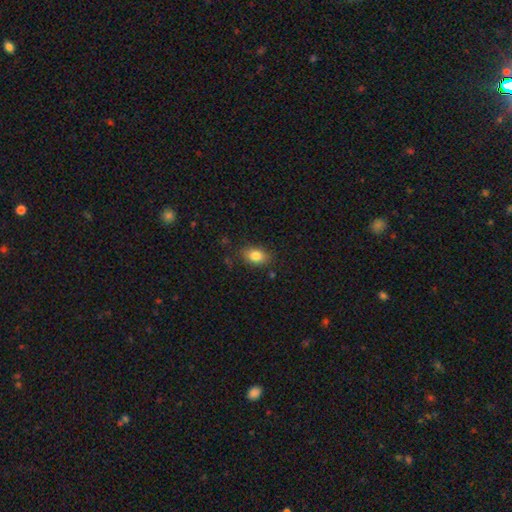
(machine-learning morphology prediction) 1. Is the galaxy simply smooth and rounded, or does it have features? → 83% smooth, 9% star or artifact, 8% featured or disk.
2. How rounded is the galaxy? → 81% in between, 18% round, 2% cigar-shaped.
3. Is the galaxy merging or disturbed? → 82% none, 13% minor disturbance, 3% major disturbance, 2% merger.